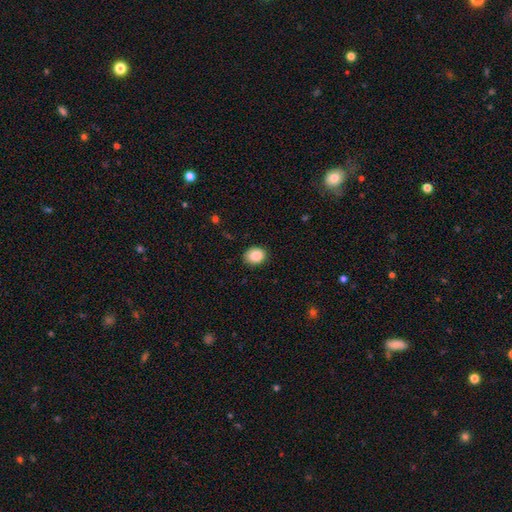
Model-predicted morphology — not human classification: Smooth or featured? smooth (88%)
How rounded? round (57%)
Merging? none (86%)